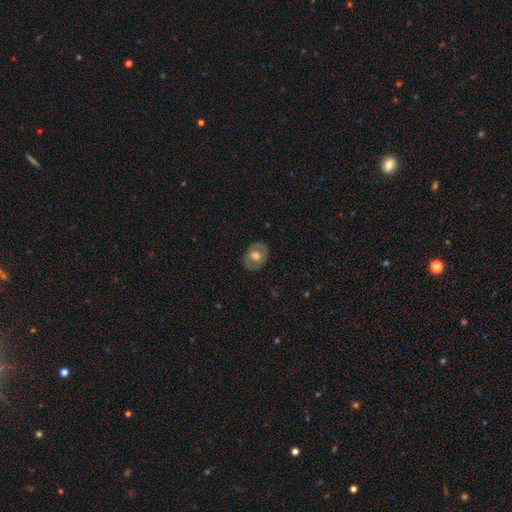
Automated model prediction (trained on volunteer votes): The model was most divided on "smooth or featured": smooth: 51%, featured or disk: 43%, star or artifact: 7%. More confident: merging — none (82%); how rounded — in between (56%).